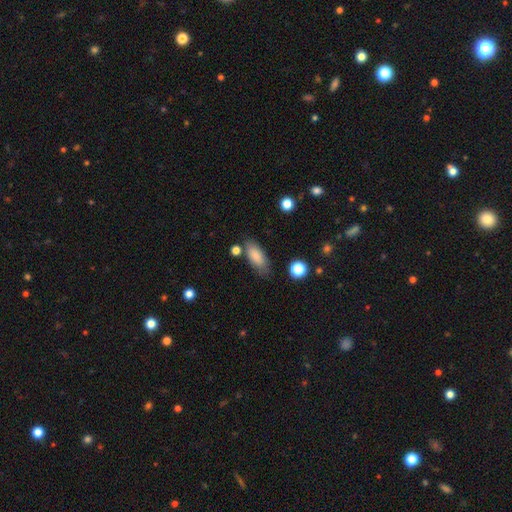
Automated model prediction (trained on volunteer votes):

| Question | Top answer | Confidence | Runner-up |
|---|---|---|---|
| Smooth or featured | smooth | 85% | featured or disk (8%) |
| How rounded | in between | 82% | cigar-shaped (16%) |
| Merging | none | 74% | minor disturbance (16%) |